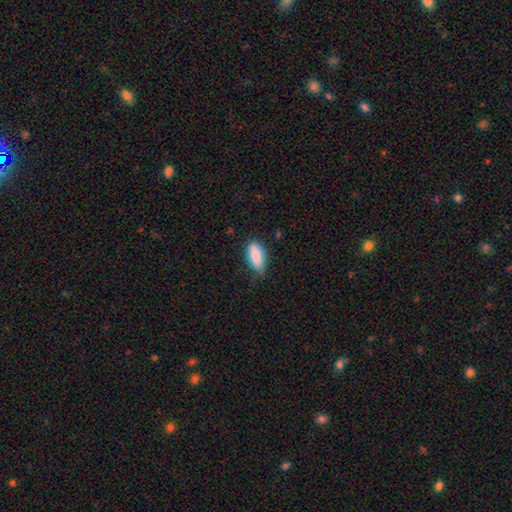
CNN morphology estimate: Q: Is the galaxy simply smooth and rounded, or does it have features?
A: smooth — 86%.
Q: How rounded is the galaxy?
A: in between — 82%.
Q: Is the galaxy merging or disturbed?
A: none — 65%.